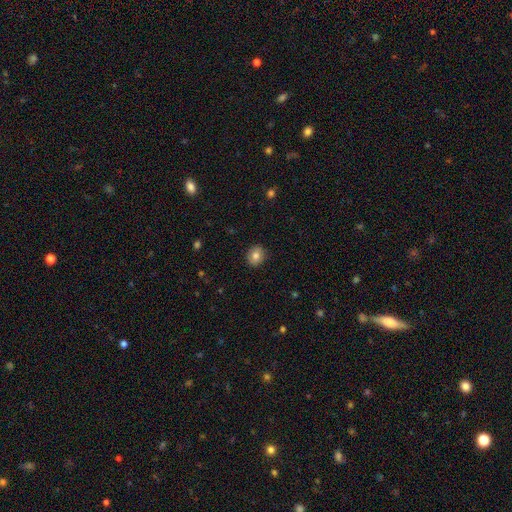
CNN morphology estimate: smooth 81%, featured or disk 10%, star or artifact 9%. Down the decision tree: how rounded — round (73%); merging — none (90%).